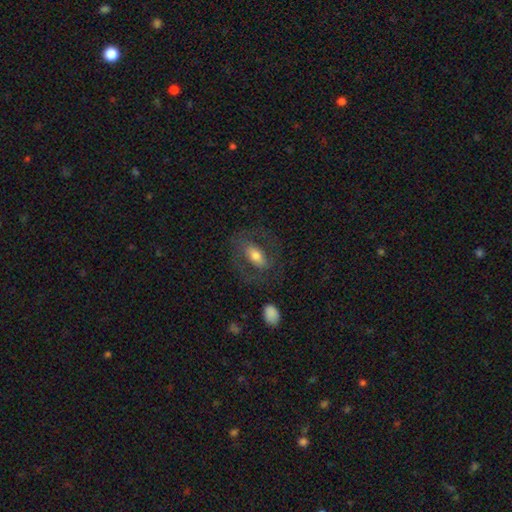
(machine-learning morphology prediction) Smooth or featured? smooth (50%)
Merging? none (65%)